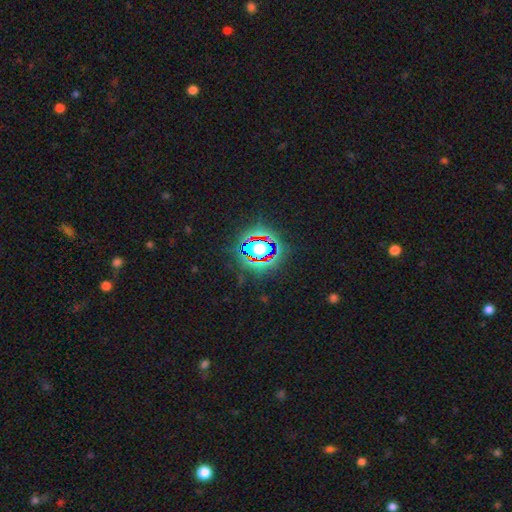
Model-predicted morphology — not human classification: This appears to be a star or artifact, not a galaxy (80%).